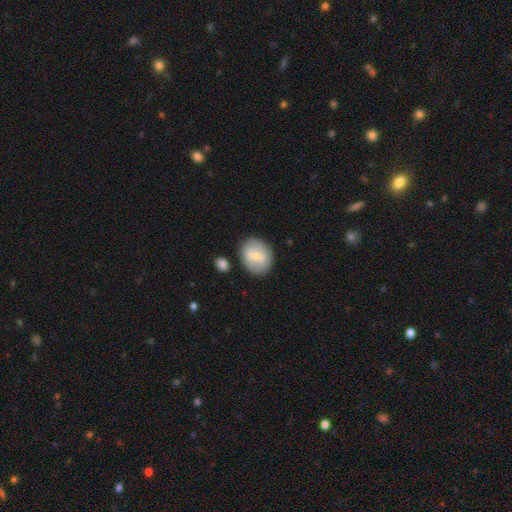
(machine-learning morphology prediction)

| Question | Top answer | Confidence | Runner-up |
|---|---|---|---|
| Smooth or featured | smooth | 60% | featured or disk (34%) |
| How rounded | round | 51% | in between (48%) |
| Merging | none | 79% | minor disturbance (13%) |